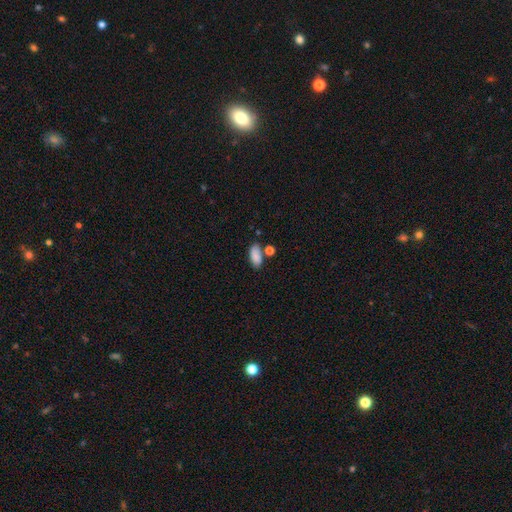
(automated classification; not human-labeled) Smooth or featured? Predicted: smooth (p=0.86). How rounded? Predicted: in between (p=0.90). Merging? Predicted: none (p=0.65).